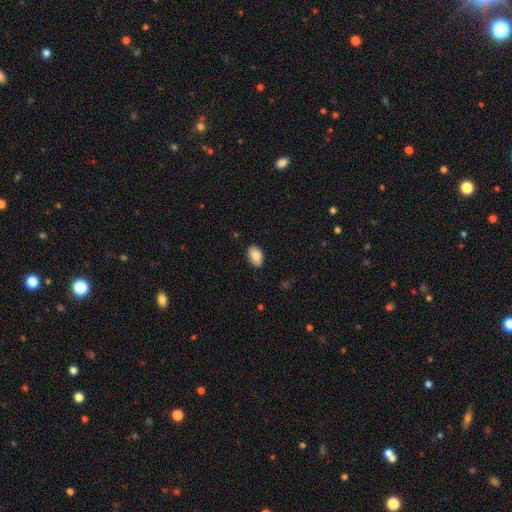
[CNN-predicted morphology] Smooth or featured? smooth (85%)
How rounded? in between (88%)
Merging? none (84%)